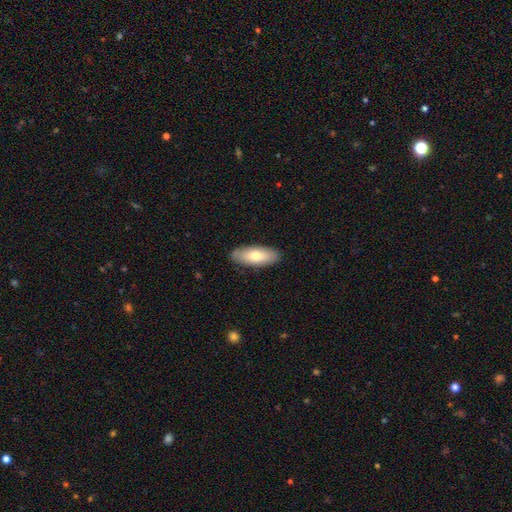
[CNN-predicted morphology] Overall: smooth (70%). How rounded: in between (77%). Merging: none (88%).